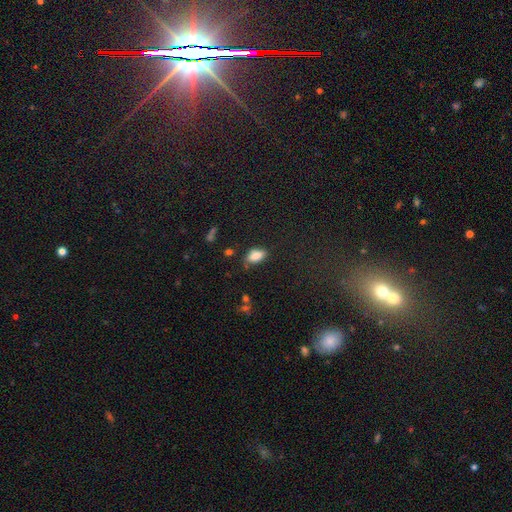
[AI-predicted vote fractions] This is clearly a smooth galaxy (83%). How rounded: clearly in between (91%). Merging: likely none (61%).